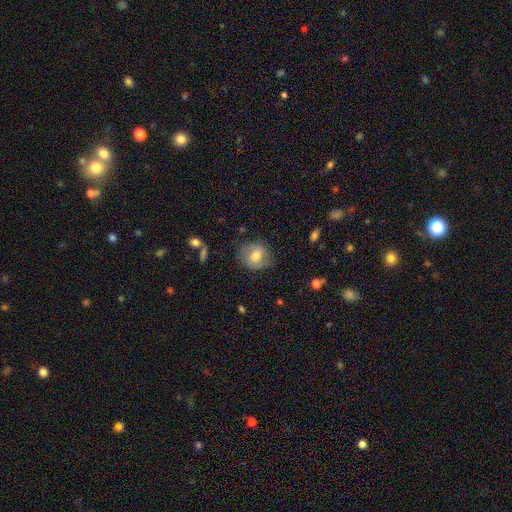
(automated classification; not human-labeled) The model was most divided on "smooth or featured": smooth: 60%, featured or disk: 32%, star or artifact: 8%. More confident: merging — none (73%); how rounded — round (72%).